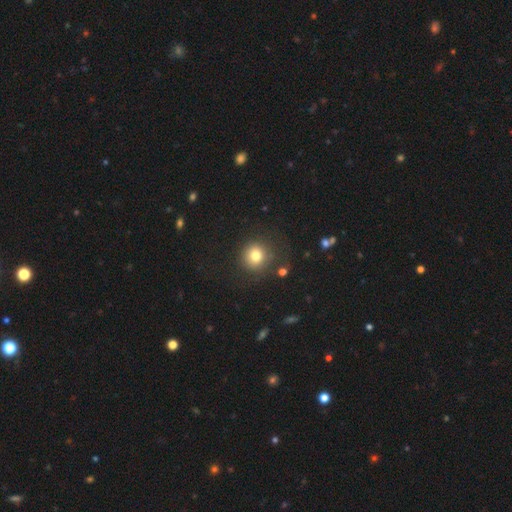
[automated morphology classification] type=smooth (79%); roundness=round (91%); merging=none (81%).